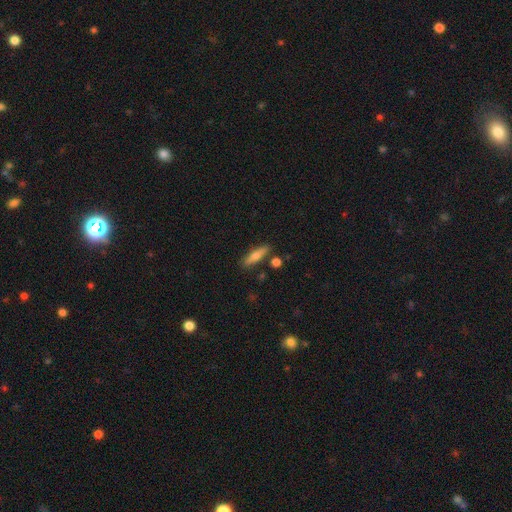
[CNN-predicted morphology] The model was most divided on "smooth or featured": smooth: 61%, featured or disk: 32%, star or artifact: 7%. More confident: merging — none (83%); how rounded — cigar-shaped (71%).